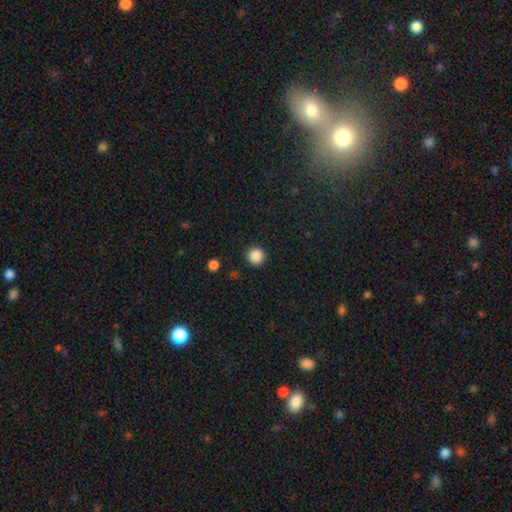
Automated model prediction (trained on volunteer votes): Overall: smooth (87%). How rounded: round (95%). Merging: none (91%).